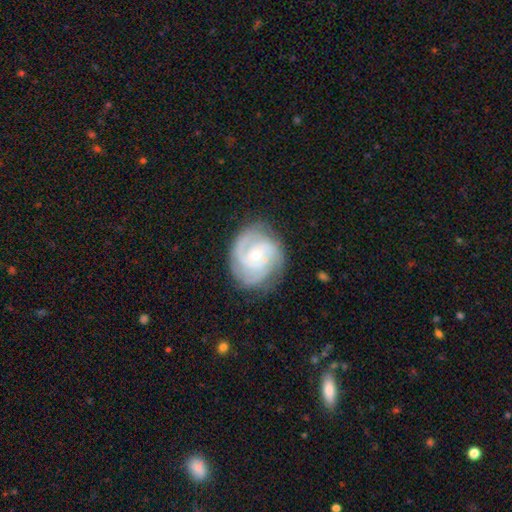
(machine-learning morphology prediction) smooth-or-featured: featured or disk: 87% | smooth: 8% | star or artifact: 5%
  disk-edge-on: no: 98% | yes: 2%
    bar: no: 60% | weak: 33% | strong: 7%
    has-spiral-arms: yes: 97% | no: 3%
      spiral-winding: tight: 65% | medium: 30% | loose: 5%
      spiral-arm-count: 3: 40% | 2: 21% | can't tell: 17% | 4: 11% | 1: 5% | more than 4: 5%
    bulge-size: small: 70% | moderate: 27% | none: 1% | large: 1% | dominant: 1%
  merging: none: 78% | minor disturbance: 16% | major disturbance: 5% | merger: 1%